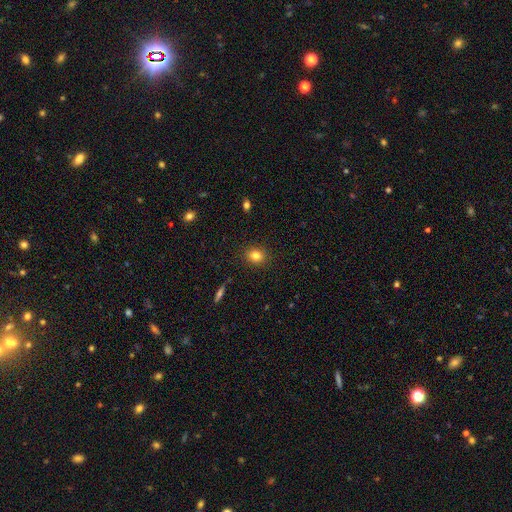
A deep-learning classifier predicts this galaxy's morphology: This appears to be a smooth galaxy with no disk features (81%) that is round (68%). Merging: none (89%).